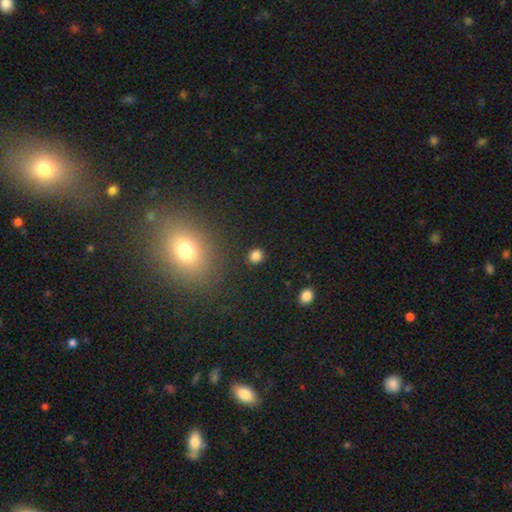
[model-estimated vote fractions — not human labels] A smooth galaxy with no disk features (82%) that is round (83%). Merging: none (89%).